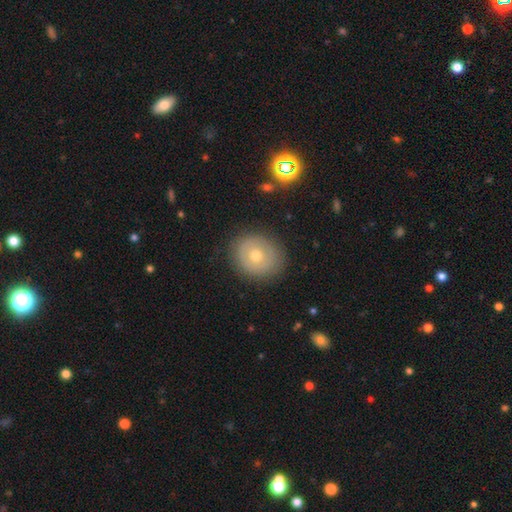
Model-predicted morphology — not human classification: Smooth or featured?
  - smooth: 58% *
  - featured or disk: 31%
  - star or artifact: 11%
How rounded?
  - round: 73% *
  - in between: 26%
  - cigar-shaped: 1%
Merging?
  - none: 85% *
  - minor disturbance: 11%
  - major disturbance: 3%
  - merger: 1%